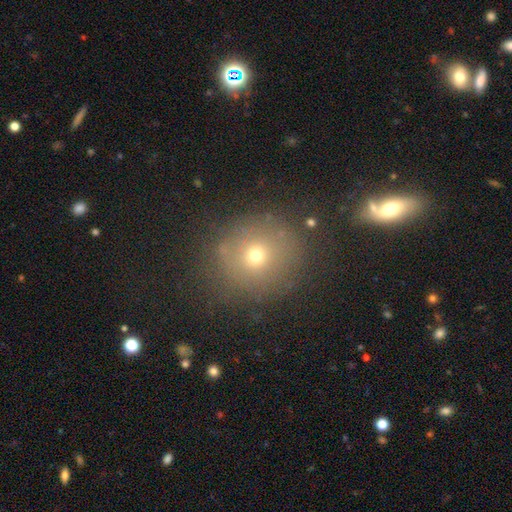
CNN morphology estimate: Overall: smooth (64%). How rounded: round (89%). Merging: none (78%).